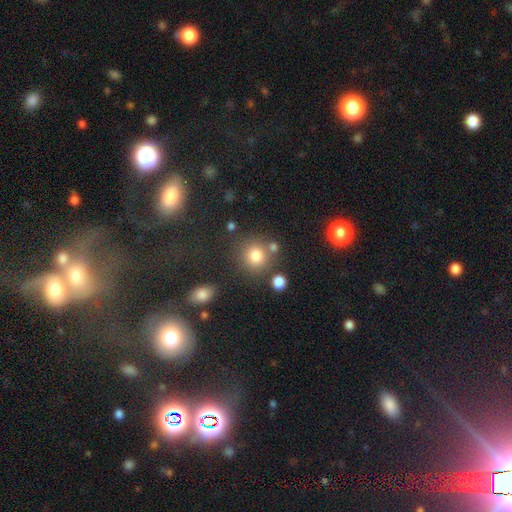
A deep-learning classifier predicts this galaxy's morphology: smooth 79%, star or artifact 14%, featured or disk 7%. Down the decision tree: how rounded — round (89%); merging — none (74%).